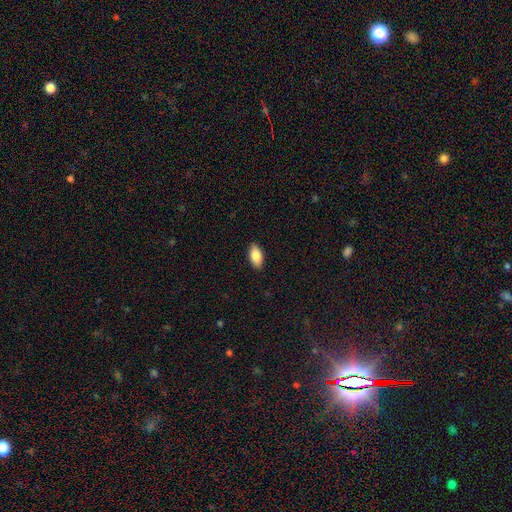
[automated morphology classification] type=smooth (85%); roundness=in between (92%); merging=none (89%).